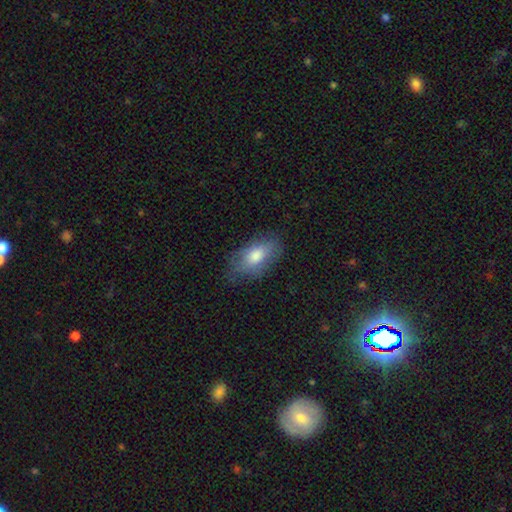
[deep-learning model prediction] This is likely a smooth galaxy (75%). How rounded: clearly in between (91%). Merging: likely none (68%).